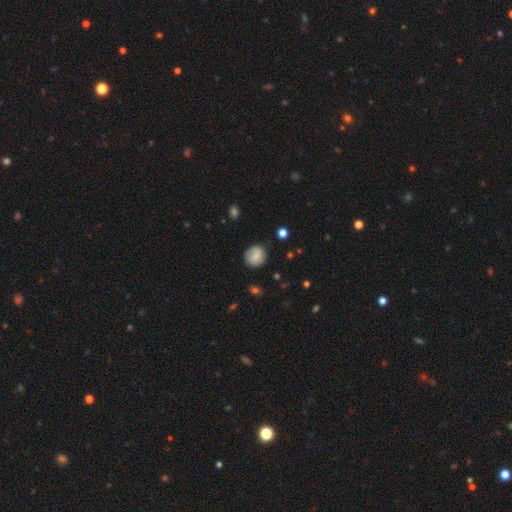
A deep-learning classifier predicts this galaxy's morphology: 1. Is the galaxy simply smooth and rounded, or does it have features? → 67% smooth, 25% featured or disk, 8% star or artifact.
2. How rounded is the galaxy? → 87% round, 12% in between, 1% cigar-shaped.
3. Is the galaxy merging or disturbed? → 80% none, 14% minor disturbance, 4% major disturbance, 2% merger.